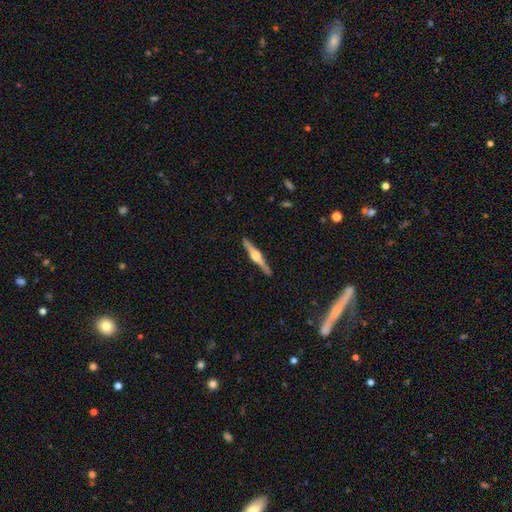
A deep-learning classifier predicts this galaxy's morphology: A featured or disk galaxy (81%) viewed edge-on (98%) with a rounded central bulge (93%).

Vote fractions:
- Smooth or featured? featured or disk: 81% / smooth: 14% / star or artifact: 5%
- Edge-on disk? yes: 98% / no: 2%
- Edge-on bulge? rounded: 93% / boxy: 5% / none: 2%
- Merging? none: 92% / minor disturbance: 6% / major disturbance: 1% / merger: 1%